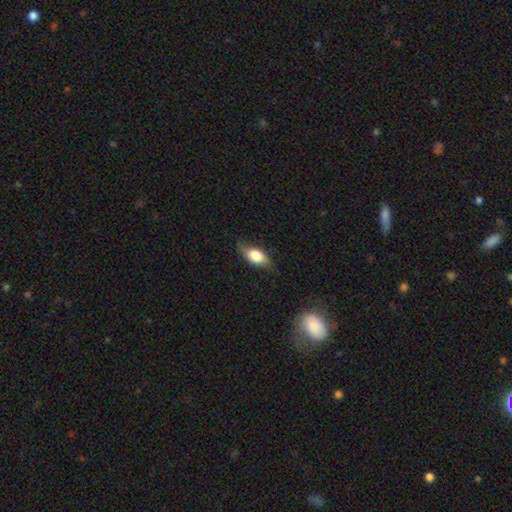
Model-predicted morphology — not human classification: type=smooth (64%); roundness=in between (81%); merging=none (70%).